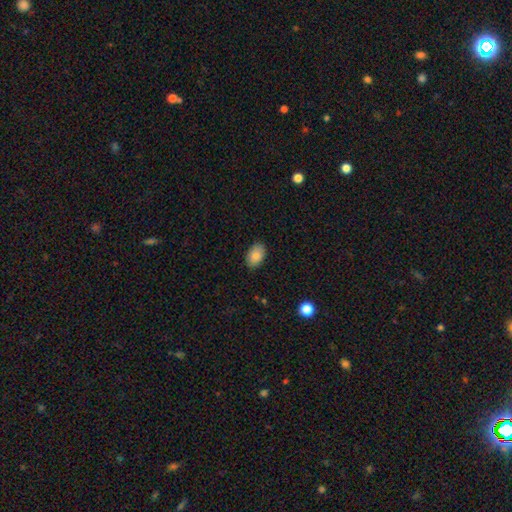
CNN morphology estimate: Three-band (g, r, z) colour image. It shows a smooth galaxy with no disk features (88%) that is in between round and cigar-shaped (90%). Merging: none (86%).